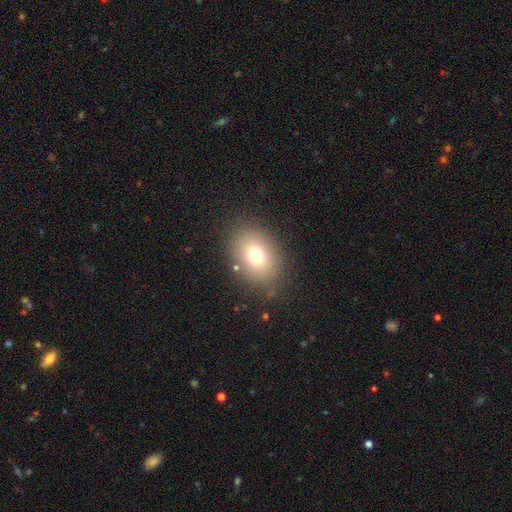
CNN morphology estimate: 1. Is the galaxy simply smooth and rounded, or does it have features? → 73% smooth, 14% star or artifact, 13% featured or disk.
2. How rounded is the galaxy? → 67% in between, 32% round, 1% cigar-shaped.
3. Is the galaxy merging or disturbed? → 83% none, 10% minor disturbance, 5% major disturbance, 2% merger.